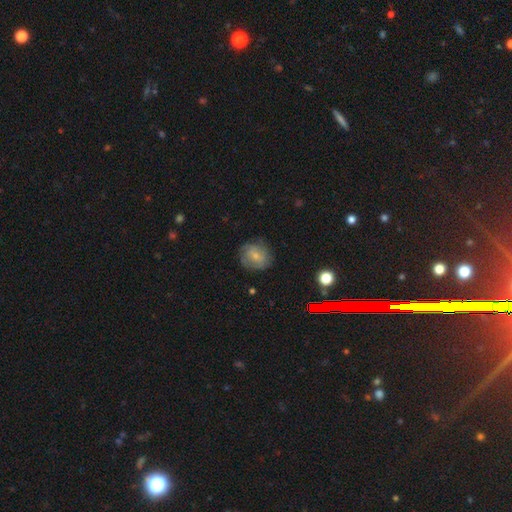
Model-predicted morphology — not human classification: This appears to be a smooth galaxy with no disk features (59%) that is round (75%). Merging: none (71%).